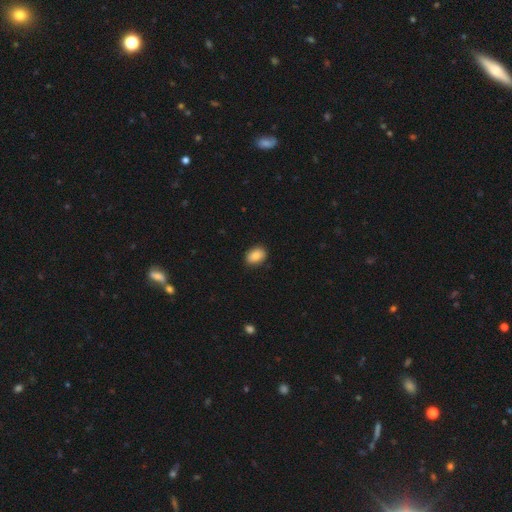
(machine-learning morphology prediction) type=smooth (86%); roundness=in between (79%); merging=none (87%).